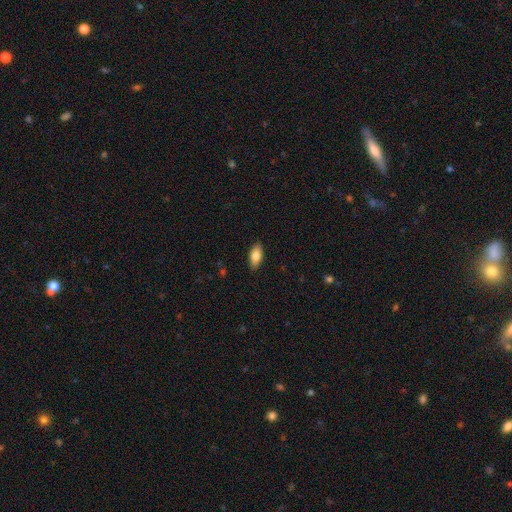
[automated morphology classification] A smooth galaxy with no disk features (78%) that is in between round and cigar-shaped (87%). Merging: none (88%).